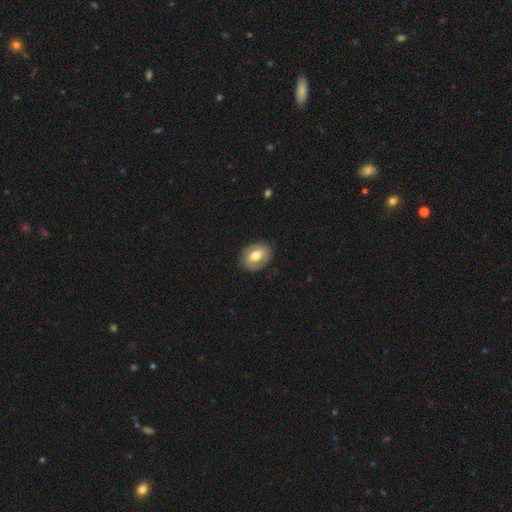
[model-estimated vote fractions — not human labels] Smooth or featured?
  - smooth: 49% *
  - featured or disk: 45%
  - star or artifact: 6%
Merging?
  - none: 84% *
  - minor disturbance: 11%
  - major disturbance: 4%
  - merger: 1%